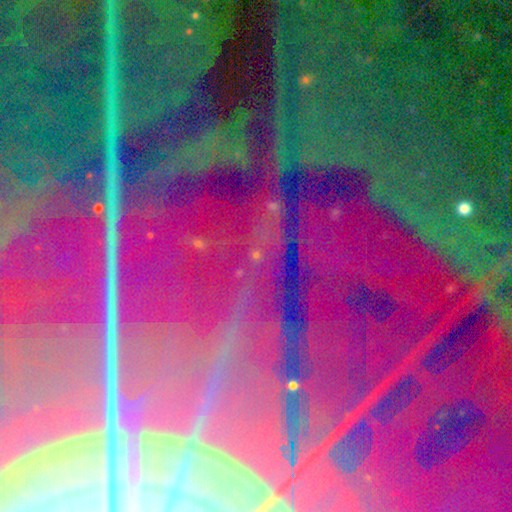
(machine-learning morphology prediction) smooth-or-featured: star or artifact: 87% | featured or disk: 7% | smooth: 5%